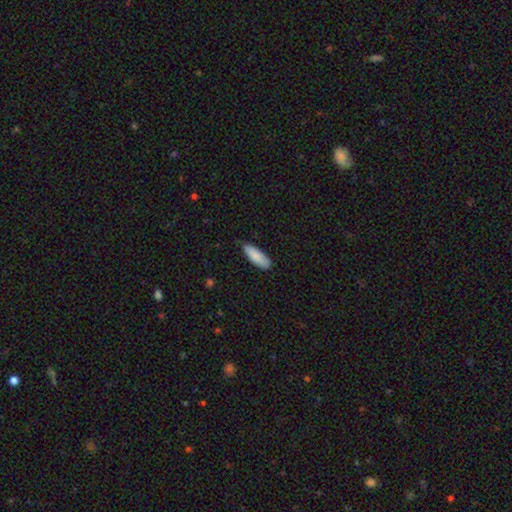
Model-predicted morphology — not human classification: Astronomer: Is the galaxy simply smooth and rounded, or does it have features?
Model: smooth — 85%.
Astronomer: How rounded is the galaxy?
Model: in between — 65%.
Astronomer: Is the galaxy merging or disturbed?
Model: none — 71%.